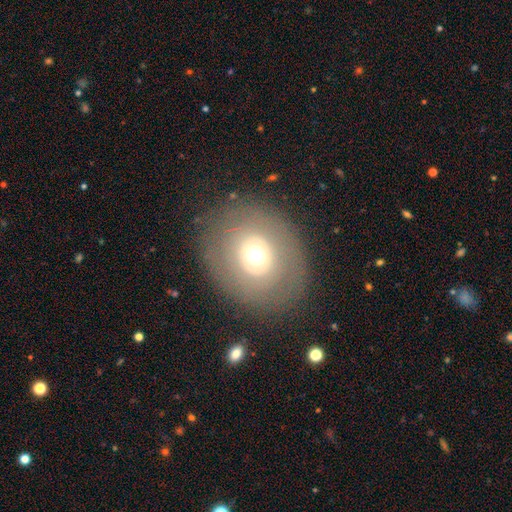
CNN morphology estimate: A smooth galaxy with no disk features (49%).

Vote fractions:
- Smooth or featured? smooth: 49% / featured or disk: 41% / star or artifact: 10%
- Merging? none: 82% / minor disturbance: 10% / major disturbance: 7% / merger: 1%